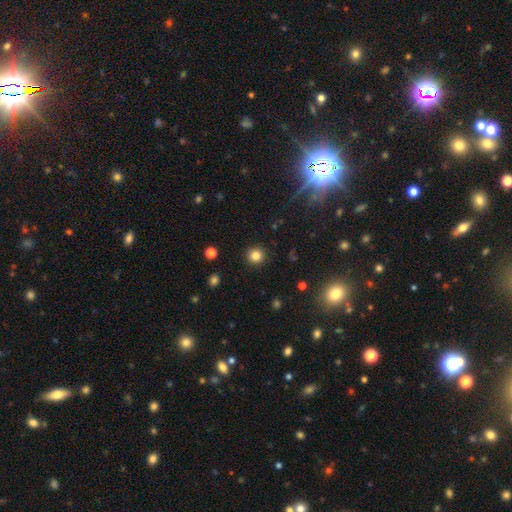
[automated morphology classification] Smooth or featured: smooth — 83% (star or artifact — 13%)
How rounded: round — 93% (in between — 6%)
Merging: none — 92% (minor disturbance — 5%)